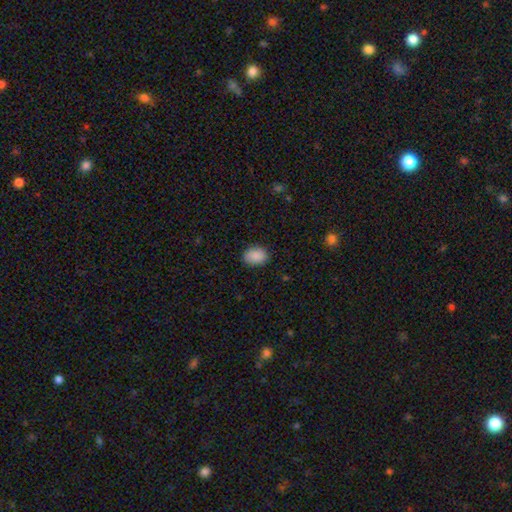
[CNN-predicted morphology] type=smooth (90%); roundness=in between (72%); merging=none (86%).